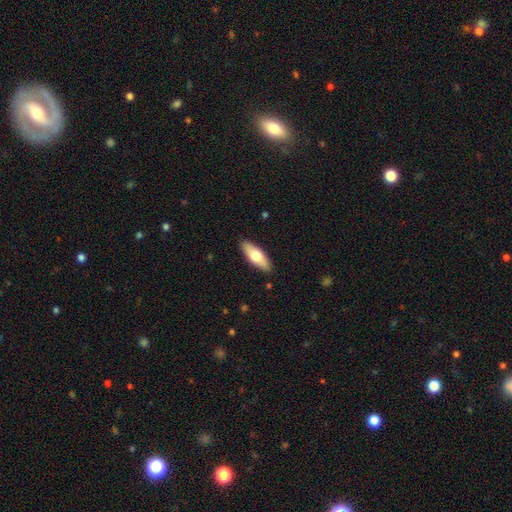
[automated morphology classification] This appears to be a smooth galaxy with no disk features (63%) that is in between round and cigar-shaped (66%). Merging: none (89%).